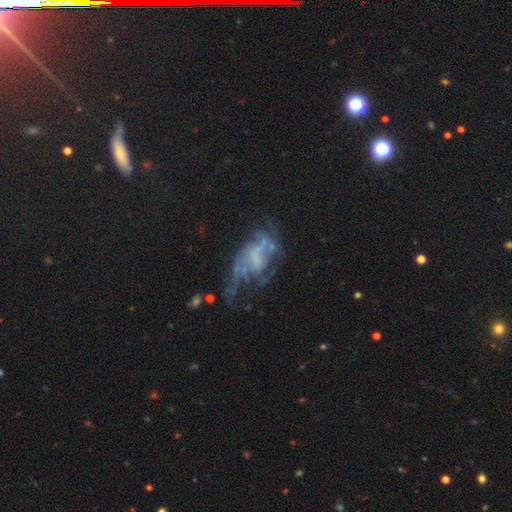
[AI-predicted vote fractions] Morphology: type=featured or disk (63%); edge-on=no (95%); bar=no (75%); spiral arms=no (65%); bulge=none (70%); merging=major disturbance (45%).